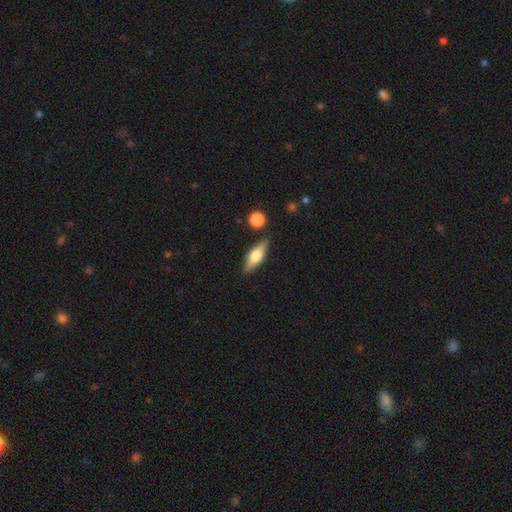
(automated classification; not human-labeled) smooth-or-featured: featured or disk: 51% | smooth: 42% | star or artifact: 7%
  disk-edge-on: yes: 92% | no: 8%
  merging: none: 85% | minor disturbance: 9% | merger: 3% | major disturbance: 2%